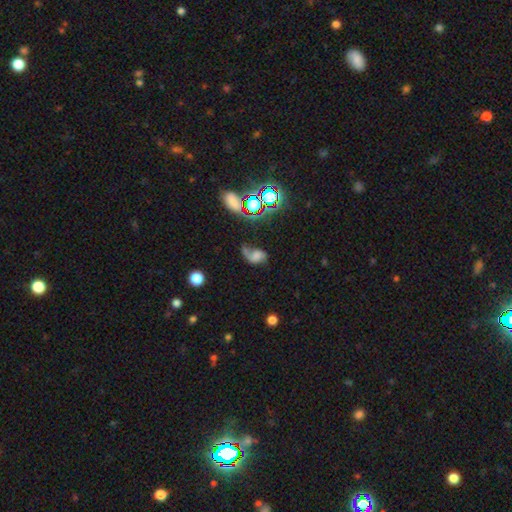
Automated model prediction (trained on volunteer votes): This is marginally a smooth galaxy (43%). Merging: marginally major disturbance (35%).